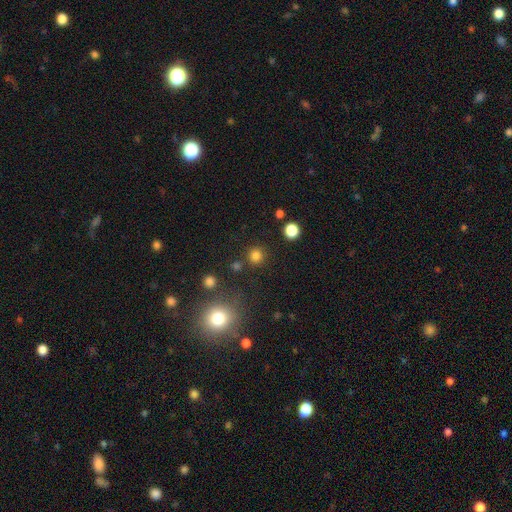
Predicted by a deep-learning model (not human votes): This is likely a smooth galaxy (80%). How rounded: clearly round (92%). Merging: clearly none (86%).